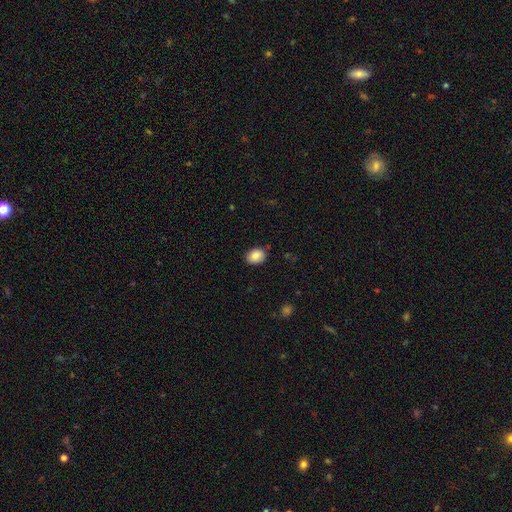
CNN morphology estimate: The model was most divided on "how rounded": in between: 67%, round: 33%, cigar-shaped: 1%. More confident: smooth or featured — smooth (87%); merging — none (87%).